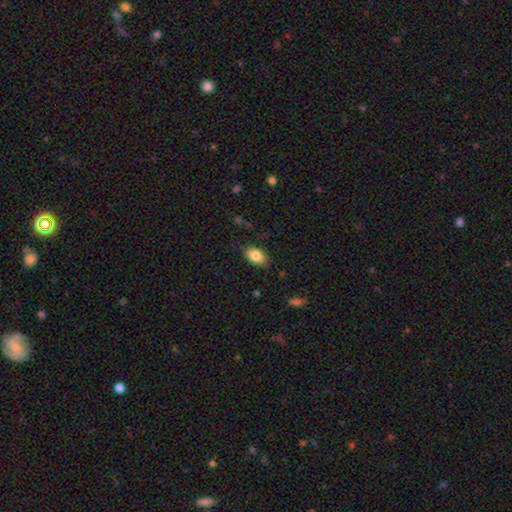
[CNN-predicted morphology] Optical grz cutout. It shows a smooth galaxy with no disk features (84%) that is in between round and cigar-shaped (91%). Merging: none (84%).